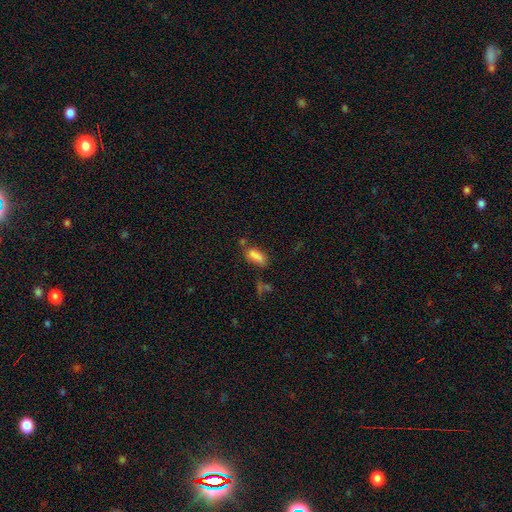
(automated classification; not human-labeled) Smooth or featured: smooth — 81% (star or artifact — 11%)
How rounded: in between — 81% (cigar-shaped — 16%)
Merging: none — 52% (minor disturbance — 20%)